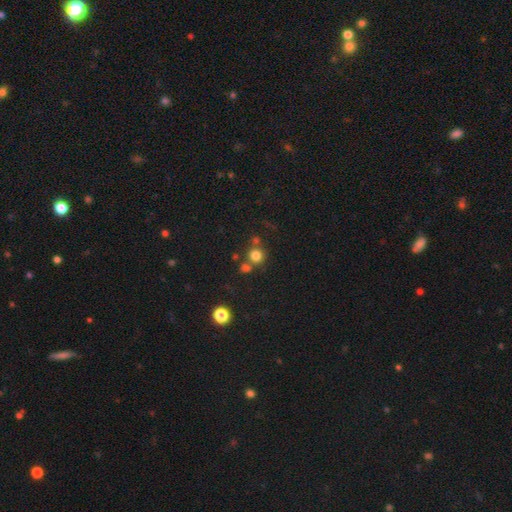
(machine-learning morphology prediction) smooth-or-featured: smooth: 77% | star or artifact: 16% | featured or disk: 7%
  how-rounded: round: 89% | in between: 10% | cigar-shaped: 1%
  merging: none: 65% | merger: 21% | minor disturbance: 9% | major disturbance: 4%